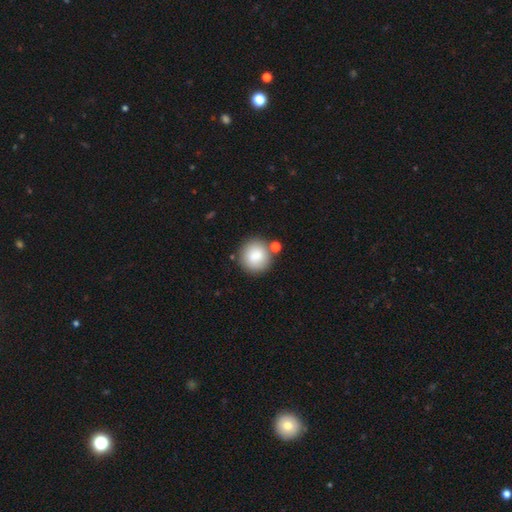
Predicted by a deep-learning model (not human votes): Smooth or featured?
  - smooth: 85% *
  - featured or disk: 8%
  - star or artifact: 7%
How rounded?
  - round: 91% *
  - in between: 8%
  - cigar-shaped: 1%
Merging?
  - none: 77% *
  - minor disturbance: 10%
  - merger: 9%
  - major disturbance: 3%